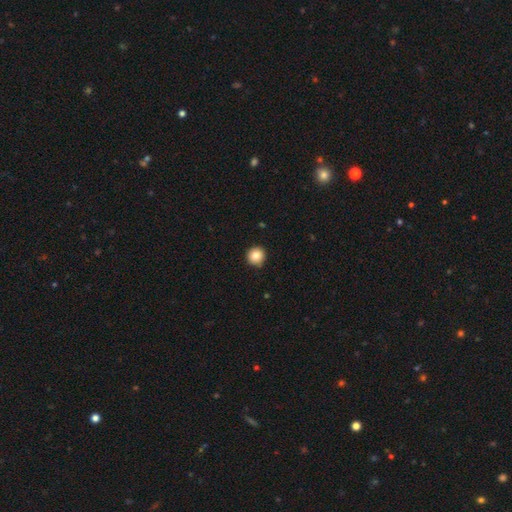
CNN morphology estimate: The model was most divided on "smooth or featured": smooth: 85%, star or artifact: 9%, featured or disk: 6%. More confident: how rounded — round (95%); merging — none (89%).